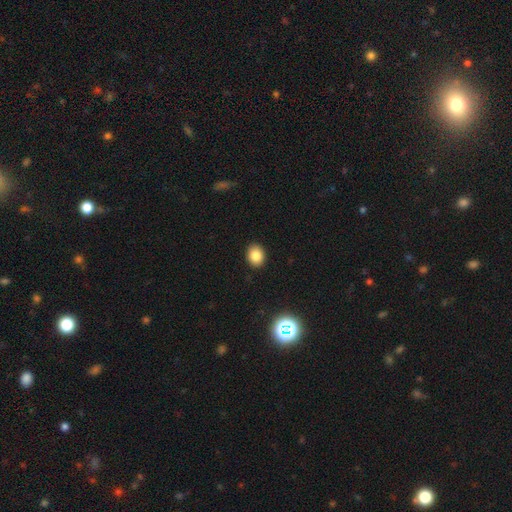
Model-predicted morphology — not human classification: The model was most divided on "how rounded": round: 50%, in between: 49%, cigar-shaped: 1%. More confident: merging — none (90%); smooth or featured — smooth (83%).